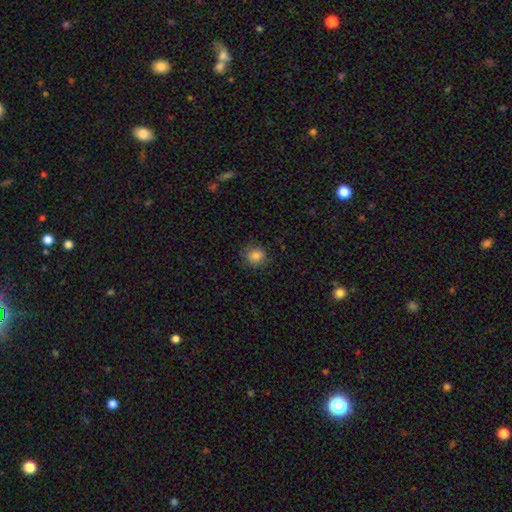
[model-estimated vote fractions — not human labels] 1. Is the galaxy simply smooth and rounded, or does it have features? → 83% smooth, 11% star or artifact, 6% featured or disk.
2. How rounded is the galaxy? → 77% round, 22% in between, 1% cigar-shaped.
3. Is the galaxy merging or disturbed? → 84% none, 11% minor disturbance, 3% major disturbance, 1% merger.